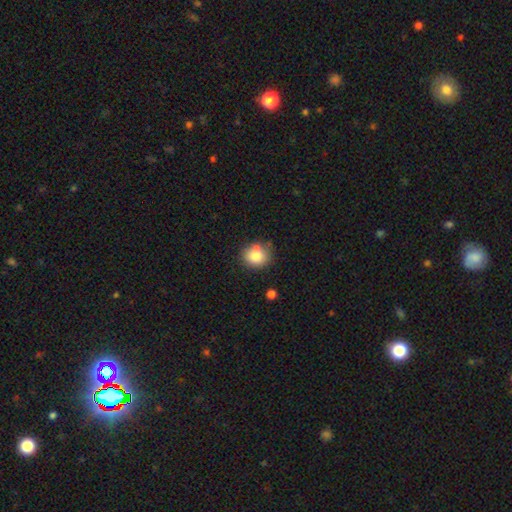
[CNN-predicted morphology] type=smooth (80%); roundness=round (77%); merging=none (67%).